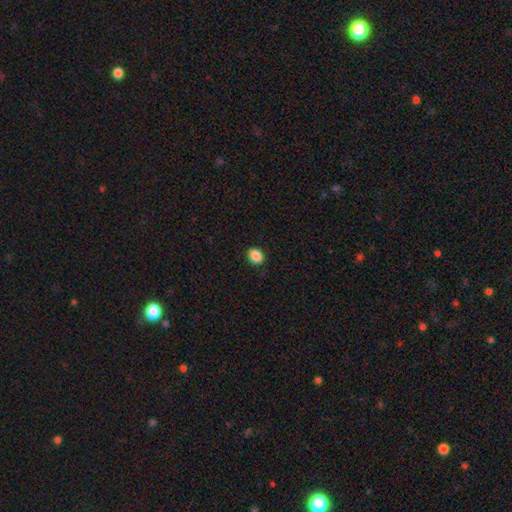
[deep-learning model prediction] smooth_or_featured: smooth (p=0.88) [alt: star or artifact p=0.09]
how_rounded: in between (p=0.62) [alt: round p=0.37]
merging: none (p=0.90) [alt: minor disturbance p=0.07]